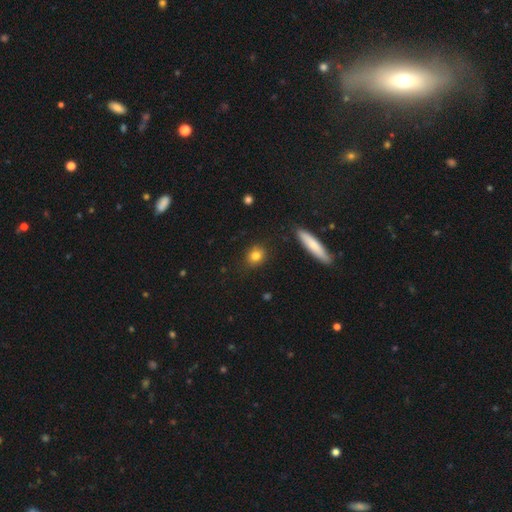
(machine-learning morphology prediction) smooth 81%, featured or disk 10%, star or artifact 9%. Down the decision tree: how rounded — round (61%); merging — none (87%).